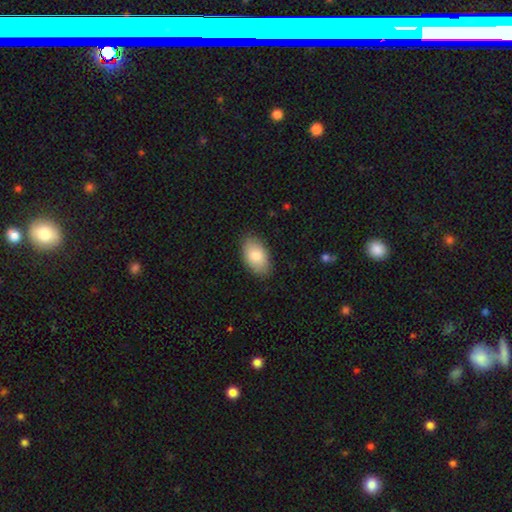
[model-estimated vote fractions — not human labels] This appears to be a smooth galaxy with no disk features (82%) that is in between round and cigar-shaped (93%). Merging: none (85%).